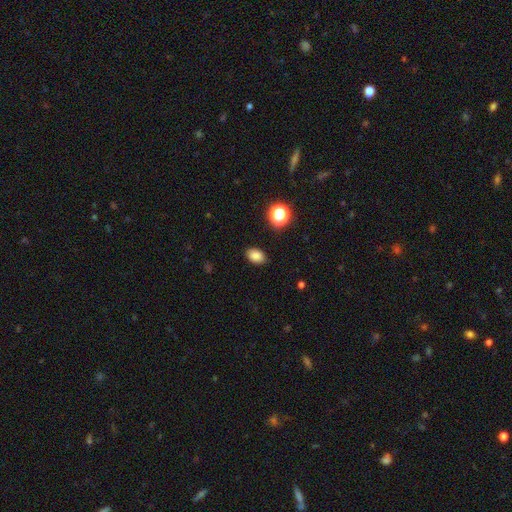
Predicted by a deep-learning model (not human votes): A smooth galaxy with no disk features (84%) that is in between round and cigar-shaped (81%). Merging: none (87%).